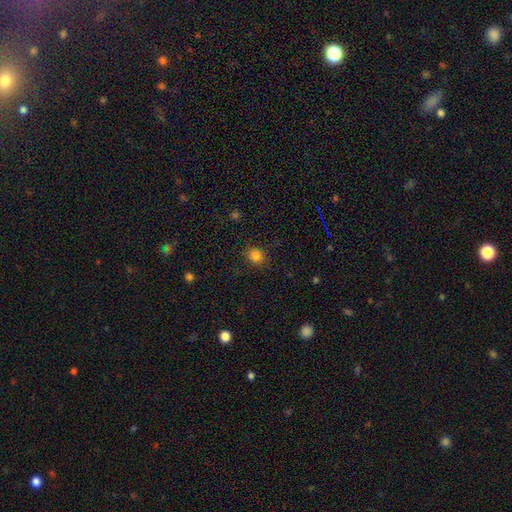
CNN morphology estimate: smooth_or_featured: smooth (p=0.81) [alt: star or artifact p=0.14]
how_rounded: round (p=0.85) [alt: in between p=0.14]
merging: none (p=0.87) [alt: minor disturbance p=0.09]